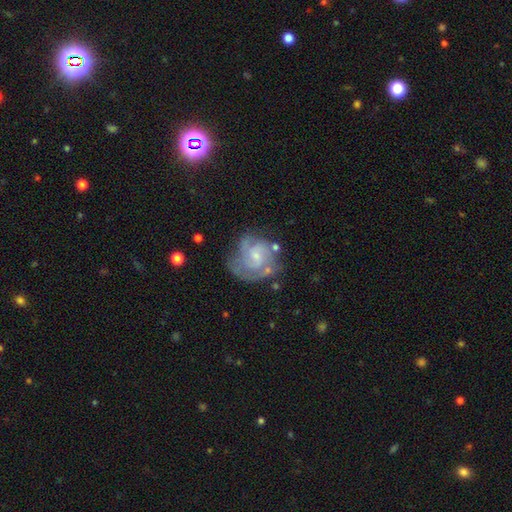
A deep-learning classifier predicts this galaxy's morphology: Smooth or featured: featured or disk — 79% (smooth — 15%)
Edge-on disk: no — 98% (yes — 2%)
Bar: no — 60% (weak — 35%)
Spiral arms: yes — 92% (no — 8%)
Spiral winding: tight — 49% (medium — 40%)
Spiral arm count: 2 — 34% (3 — 28%)
Bulge size: small — 68% (moderate — 23%)
Merging: none — 56% (minor disturbance — 23%)